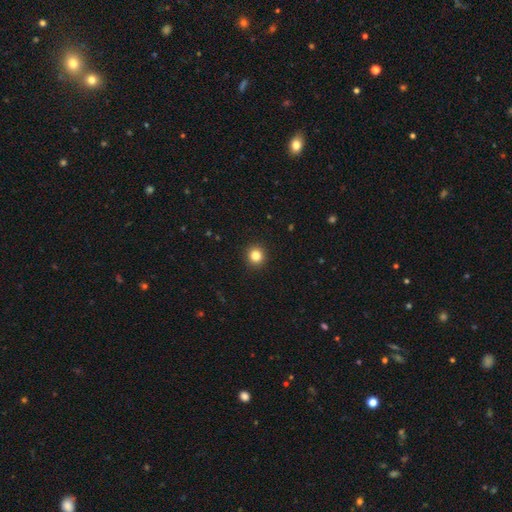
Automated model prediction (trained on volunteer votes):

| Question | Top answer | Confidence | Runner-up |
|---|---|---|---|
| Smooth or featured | smooth | 84% | star or artifact (11%) |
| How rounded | round | 92% | in between (7%) |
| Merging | none | 93% | minor disturbance (5%) |